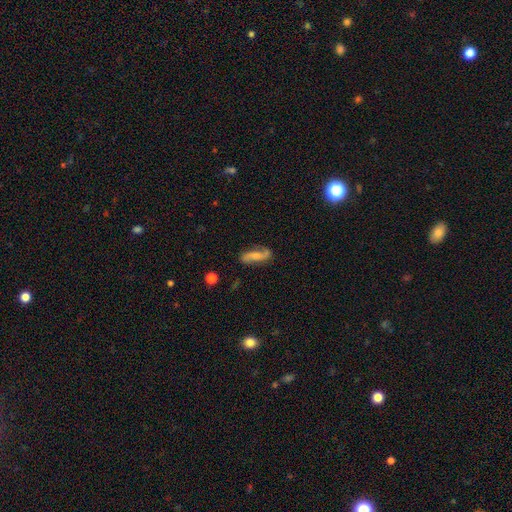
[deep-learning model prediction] Overall: featured or disk (52%; smooth 40%). Edge-on disk: no (83%). Merging: none (73%).